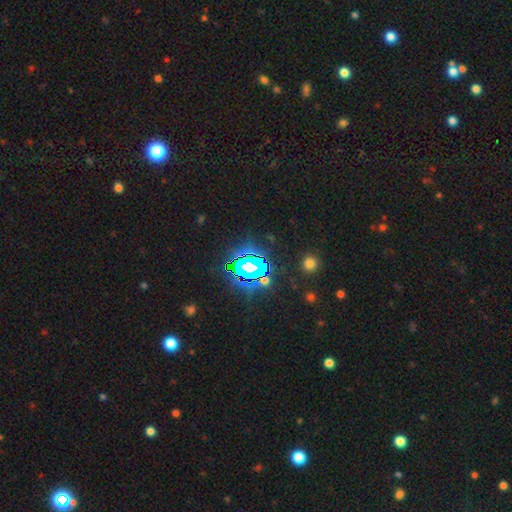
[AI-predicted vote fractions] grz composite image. It shows a star or artifact, not a galaxy (82%).